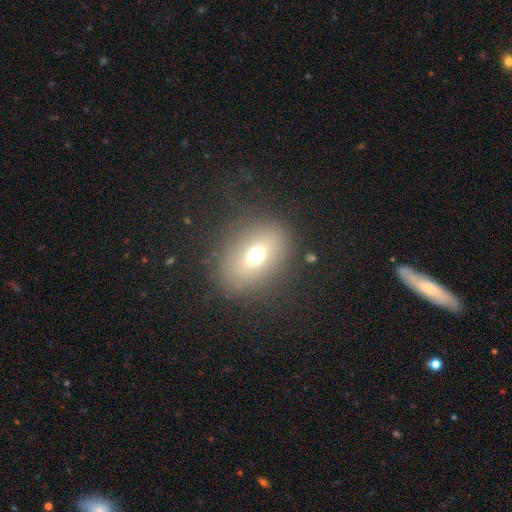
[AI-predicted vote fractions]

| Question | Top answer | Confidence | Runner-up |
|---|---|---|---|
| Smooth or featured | smooth | 67% | featured or disk (17%) |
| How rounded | in between | 60% | round (39%) |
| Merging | none | 79% | minor disturbance (11%) |